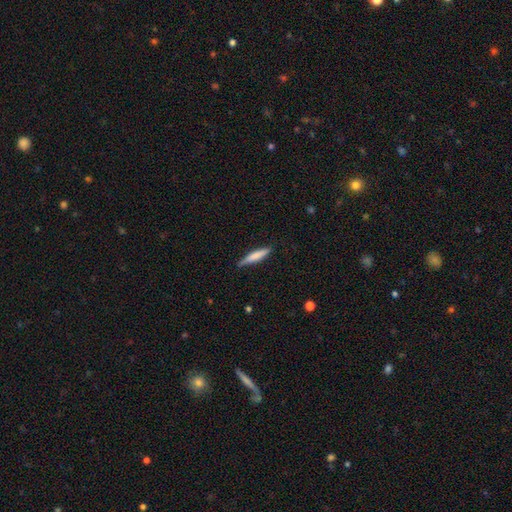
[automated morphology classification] Smooth or featured? smooth (73%)
How rounded? cigar-shaped (87%)
Merging? none (77%)